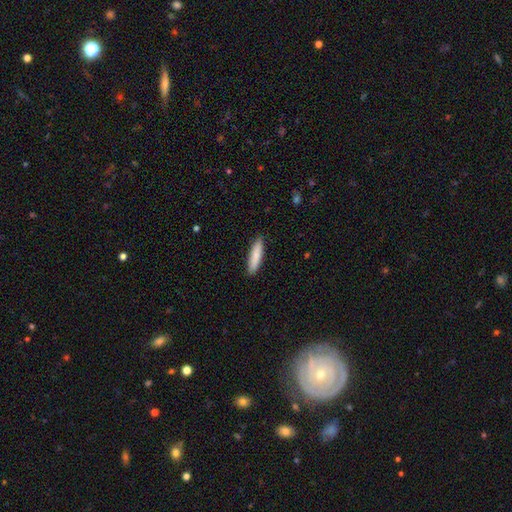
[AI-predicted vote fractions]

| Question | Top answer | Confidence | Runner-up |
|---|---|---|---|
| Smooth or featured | smooth | 83% | featured or disk (11%) |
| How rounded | cigar-shaped | 79% | in between (20%) |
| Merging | none | 90% | minor disturbance (7%) |